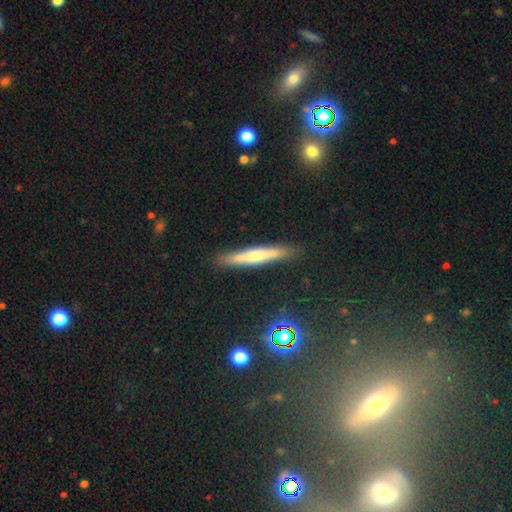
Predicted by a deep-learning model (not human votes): This appears to be a smooth galaxy with no disk features (48%). Merging: none (89%).